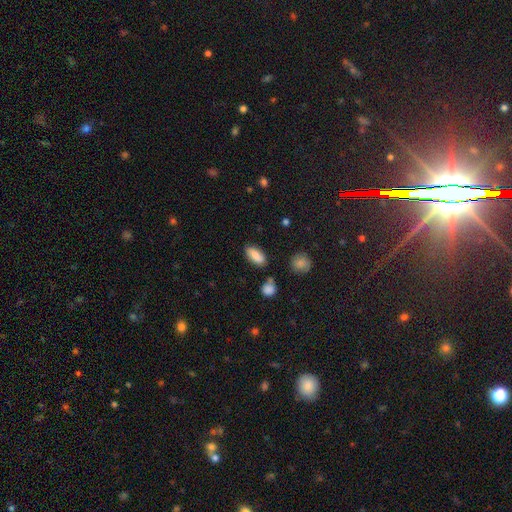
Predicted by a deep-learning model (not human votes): Morphology: type=smooth (83%); roundness=in between (86%); merging=none (78%).